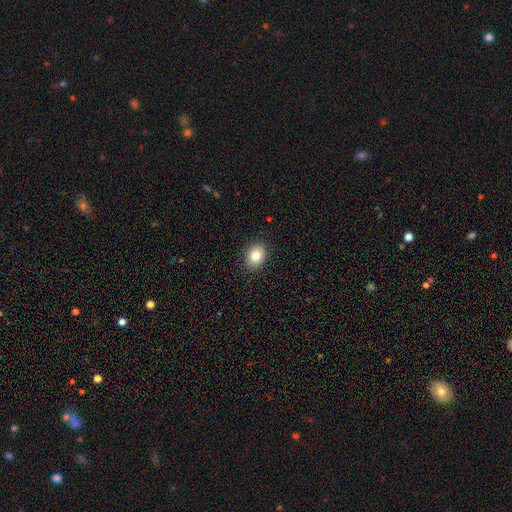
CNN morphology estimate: Q: Smooth or featured?
A: smooth (83%); runner-up: star or artifact (9%)
Q: How rounded?
A: in between (57%); runner-up: round (43%)
Q: Merging?
A: none (90%); runner-up: minor disturbance (7%)